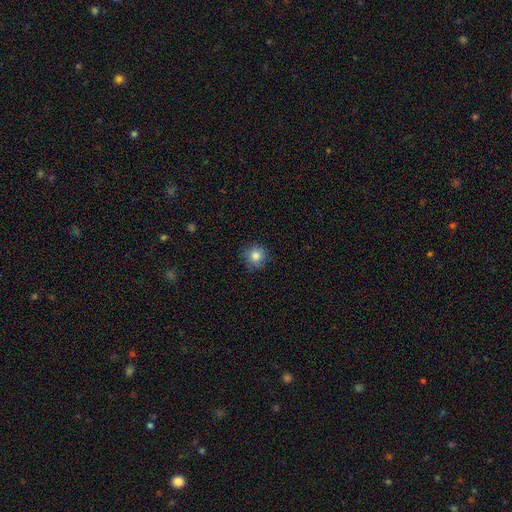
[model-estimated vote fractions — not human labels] A smooth galaxy with no disk features (83%) that is round (93%). Merging: none (83%).